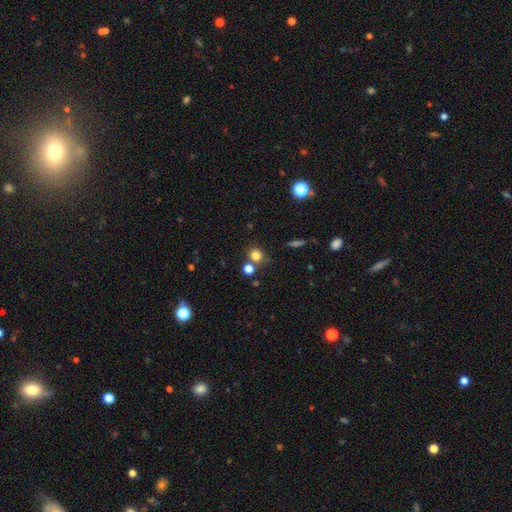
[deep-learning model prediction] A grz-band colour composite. It shows a smooth galaxy with no disk features (78%) that is round (85%). Merging: none (69%).